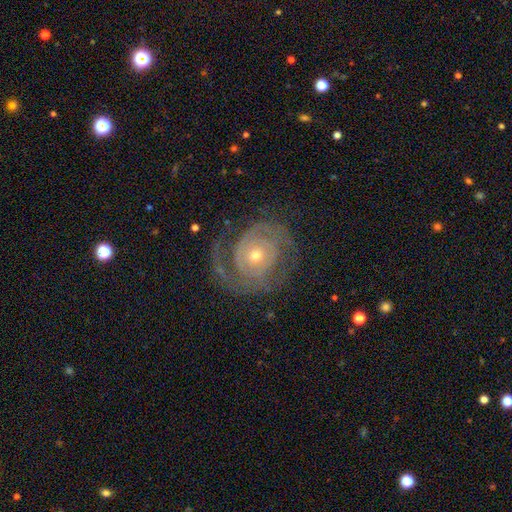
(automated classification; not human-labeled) The model was most divided on "bulge size": small: 57%, moderate: 39%, large: 2%, none: 1%, dominant: 1%. More confident: edge-on disk — no (97%); spiral arms — yes (94%); smooth or featured — featured or disk (86%); bar — no (76%); merging — none (67%); spiral winding — tight (66%); spiral arm count — 2 (53%).